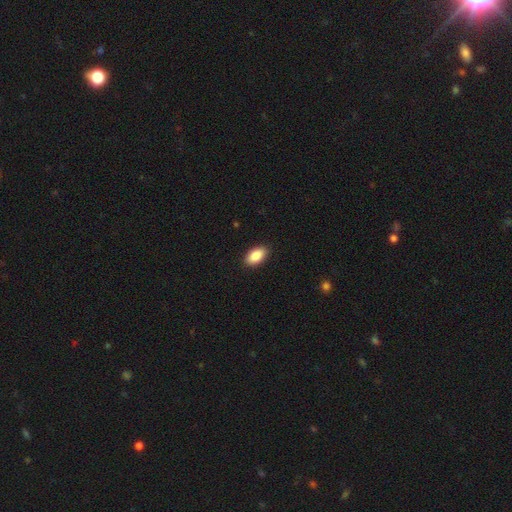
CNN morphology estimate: The model was most divided on "smooth or featured": smooth: 89%, star or artifact: 7%, featured or disk: 4%. More confident: how rounded — in between (94%); merging — none (90%).